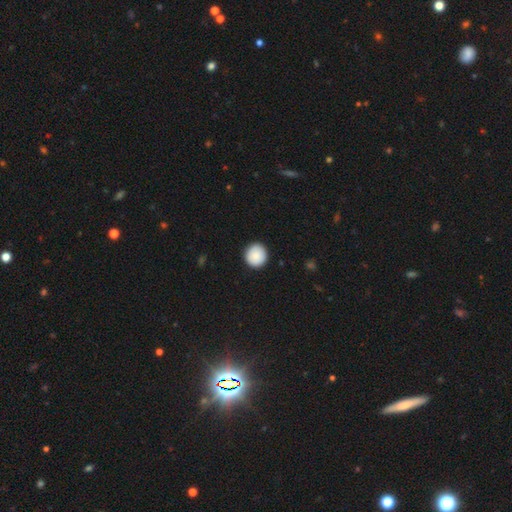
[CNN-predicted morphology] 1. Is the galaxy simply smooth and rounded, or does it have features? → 89% smooth, 7% star or artifact, 4% featured or disk.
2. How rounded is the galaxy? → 94% round, 5% in between, 1% cigar-shaped.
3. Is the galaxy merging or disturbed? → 92% none, 6% minor disturbance, 1% major disturbance, 1% merger.